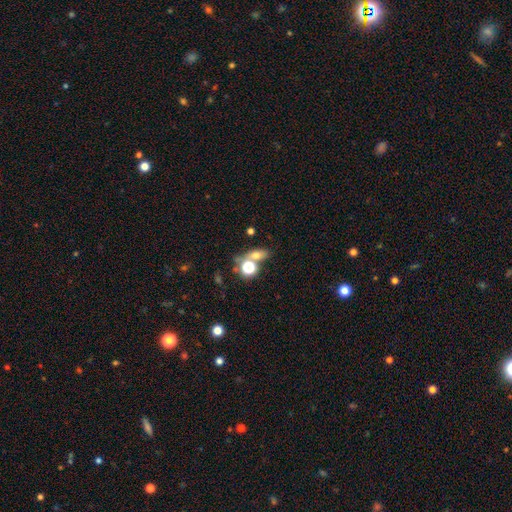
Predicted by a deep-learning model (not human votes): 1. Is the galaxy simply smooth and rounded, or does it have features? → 63% smooth, 22% star or artifact, 15% featured or disk.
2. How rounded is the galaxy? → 57% in between, 36% round, 6% cigar-shaped.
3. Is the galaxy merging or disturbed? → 50% none, 34% merger, 10% minor disturbance, 6% major disturbance.